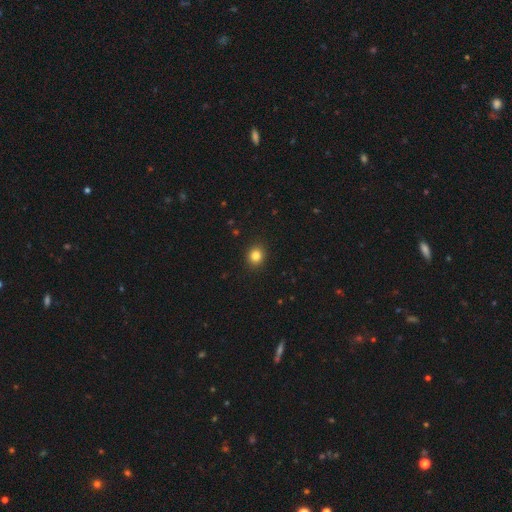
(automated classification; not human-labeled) This is clearly a smooth galaxy (83%). How rounded: likely round (79%). Merging: clearly none (91%).